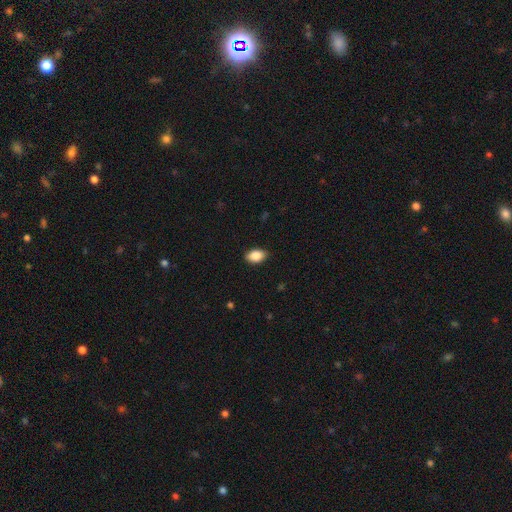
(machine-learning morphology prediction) This appears to be a smooth galaxy with no disk features (87%) that is in between round and cigar-shaped (90%). Merging: none (86%).